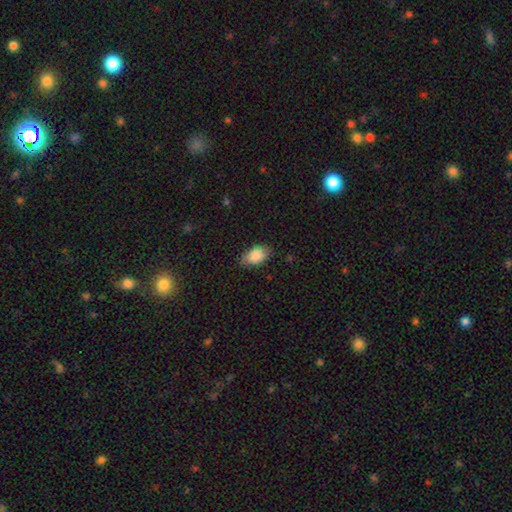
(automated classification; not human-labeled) The model was most divided on "merging": none: 76%, minor disturbance: 20%, major disturbance: 3%, merger: 1%. More confident: how rounded — in between (91%); smooth or featured — smooth (87%).